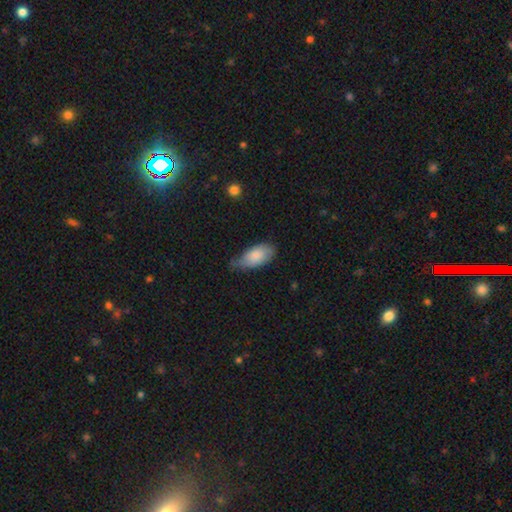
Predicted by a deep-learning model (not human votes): Overall: smooth (83%). How rounded: in between (92%). Merging: none (49%; minor disturbance 41%).